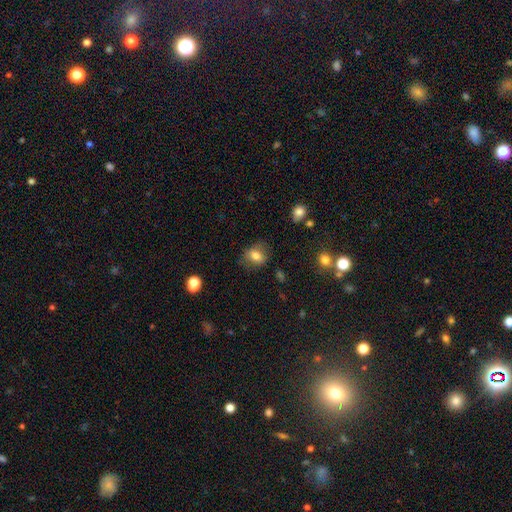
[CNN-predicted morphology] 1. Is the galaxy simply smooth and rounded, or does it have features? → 76% smooth, 14% featured or disk, 10% star or artifact.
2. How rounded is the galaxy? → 55% in between, 44% round, 1% cigar-shaped.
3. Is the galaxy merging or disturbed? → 73% none, 19% minor disturbance, 6% major disturbance, 2% merger.